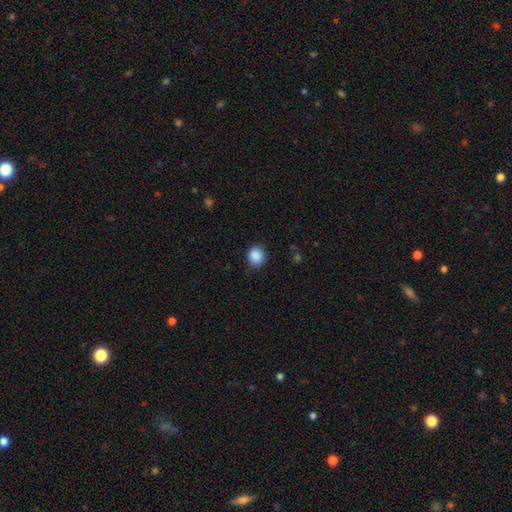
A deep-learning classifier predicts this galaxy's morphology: smooth 88%, star or artifact 9%, featured or disk 3%. Down the decision tree: how rounded — round (86%); merging — none (89%).